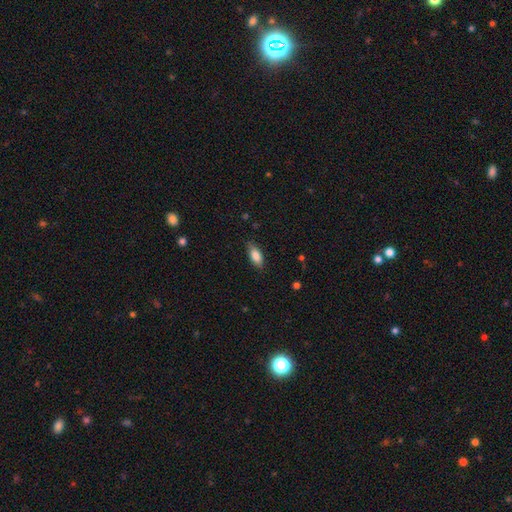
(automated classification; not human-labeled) smooth 84%, featured or disk 9%, star or artifact 7%. Down the decision tree: how rounded — in between (85%); merging — none (79%).